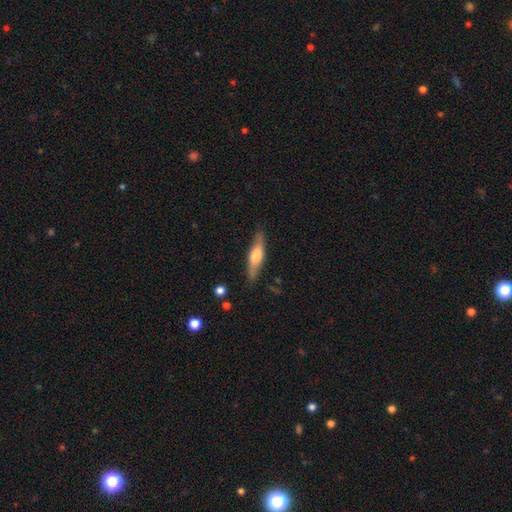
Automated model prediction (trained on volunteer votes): Smooth or featured: featured or disk — 49% (smooth — 45%)
Merging: none — 83% (minor disturbance — 12%)